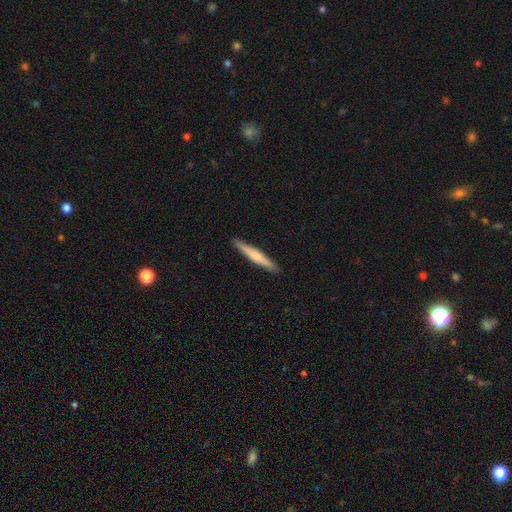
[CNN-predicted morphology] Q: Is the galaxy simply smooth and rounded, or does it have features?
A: smooth — 61%.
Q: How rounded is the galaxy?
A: cigar-shaped — 95%.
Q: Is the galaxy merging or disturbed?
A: none — 91%.